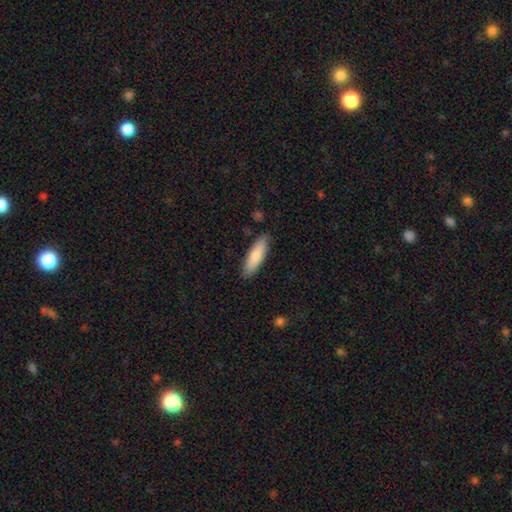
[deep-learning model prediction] Smooth or featured?
  - smooth: 78% *
  - featured or disk: 16%
  - star or artifact: 5%
How rounded?
  - cigar-shaped: 57% *
  - in between: 41%
  - round: 2%
Merging?
  - none: 86% *
  - minor disturbance: 10%
  - major disturbance: 2%
  - merger: 1%